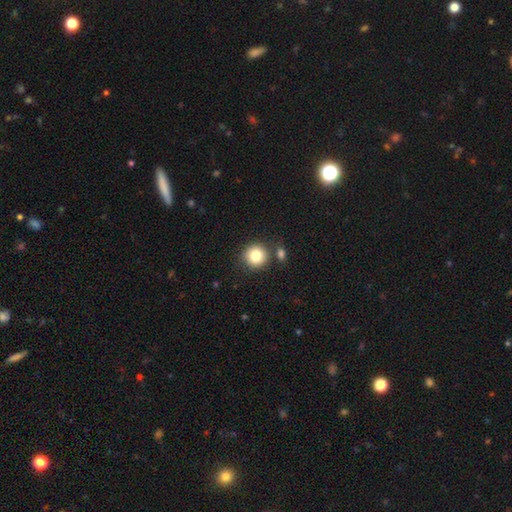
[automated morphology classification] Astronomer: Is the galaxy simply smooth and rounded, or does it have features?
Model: smooth — 82%.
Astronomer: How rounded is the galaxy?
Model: round — 92%.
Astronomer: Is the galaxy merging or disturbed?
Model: none — 78%.